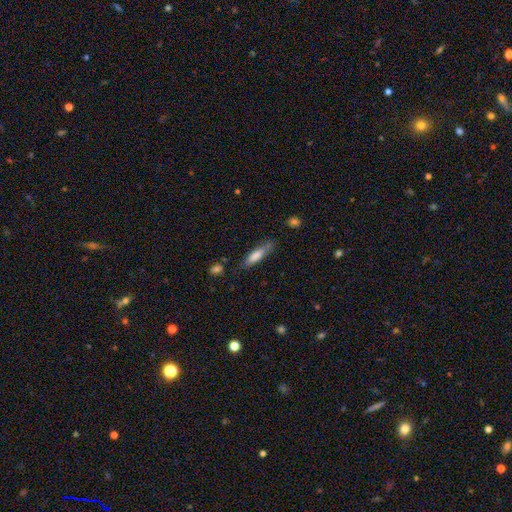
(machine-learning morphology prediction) Smooth or featured? Predicted: smooth (p=0.73). How rounded? Predicted: cigar-shaped (p=0.74). Merging? Predicted: none (p=0.70).